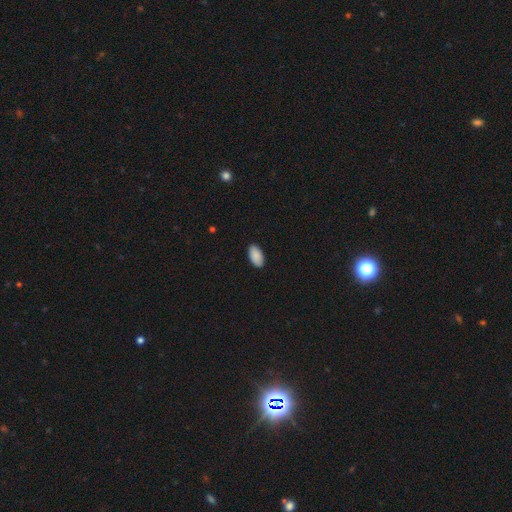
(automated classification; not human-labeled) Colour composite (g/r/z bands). It shows a smooth galaxy with no disk features (90%) that is in between round and cigar-shaped (96%). Merging: none (88%).